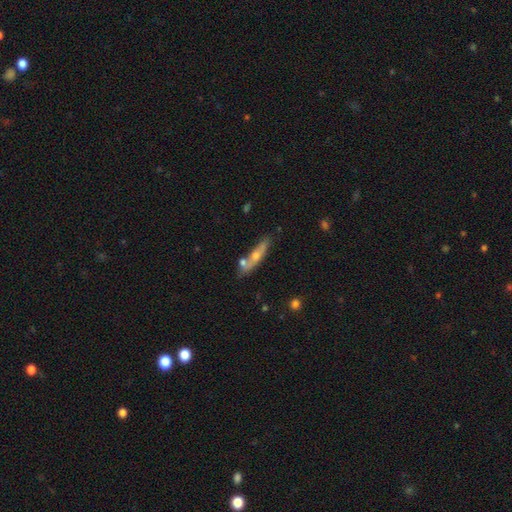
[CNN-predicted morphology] smooth 46%, featured or disk 45%, star or artifact 9%. Down the decision tree: merging — none (58%).